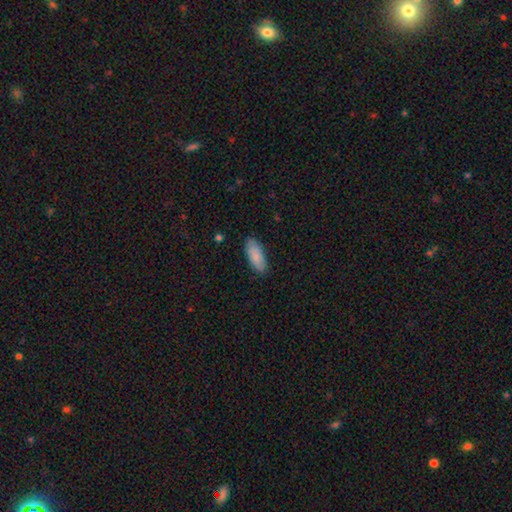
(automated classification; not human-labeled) Q: Smooth or featured?
A: smooth (86%); runner-up: featured or disk (8%)
Q: How rounded?
A: in between (79%); runner-up: cigar-shaped (19%)
Q: Merging?
A: none (87%); runner-up: minor disturbance (10%)